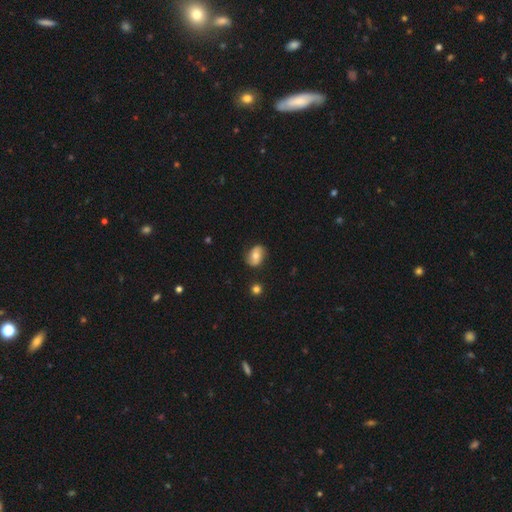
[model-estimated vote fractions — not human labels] A featured or disk galaxy (46%, tied with smooth). Merging: none (78%).